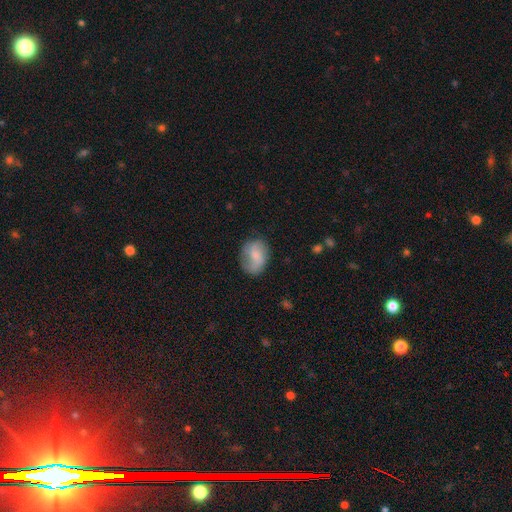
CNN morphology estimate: A smooth galaxy with no disk features (58%) that is in between round and cigar-shaped (64%).

Vote fractions:
- Smooth or featured? smooth: 58% / featured or disk: 35% / star or artifact: 7%
- How rounded? in between: 64% / round: 34% / cigar-shaped: 1%
- Merging? none: 62% / minor disturbance: 25% / major disturbance: 12% / merger: 2%